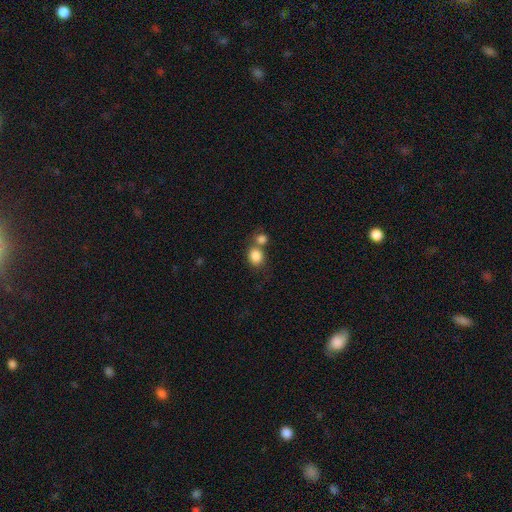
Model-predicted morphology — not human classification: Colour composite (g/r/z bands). It shows a smooth galaxy with no disk features (85%) that is round (66%). Merging: none (46%).